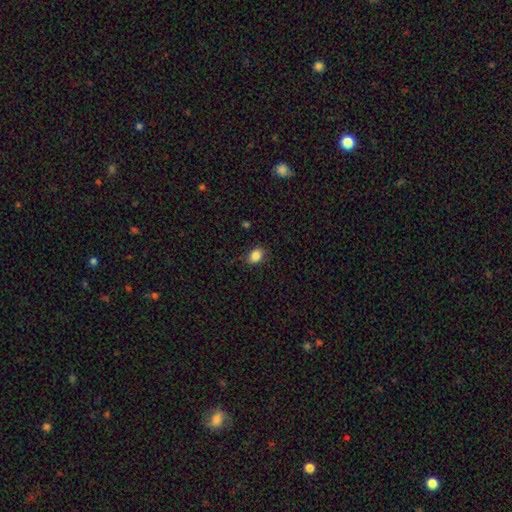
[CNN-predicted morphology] Smooth or featured?
  - smooth: 86% *
  - star or artifact: 9%
  - featured or disk: 5%
How rounded?
  - in between: 69% *
  - round: 29%
  - cigar-shaped: 1%
Merging?
  - none: 84% *
  - minor disturbance: 12%
  - major disturbance: 3%
  - merger: 1%